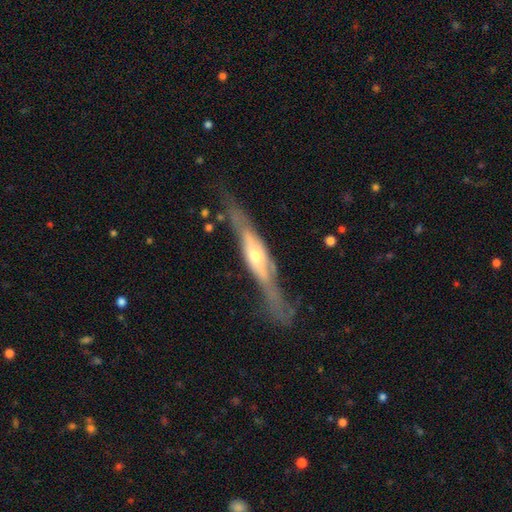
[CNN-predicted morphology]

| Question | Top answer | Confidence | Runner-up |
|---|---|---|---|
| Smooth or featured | featured or disk | 75% | smooth (19%) |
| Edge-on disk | yes | 77% | no (23%) |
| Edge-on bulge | rounded | 75% | boxy (14%) |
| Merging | none | 61% | minor disturbance (22%) |